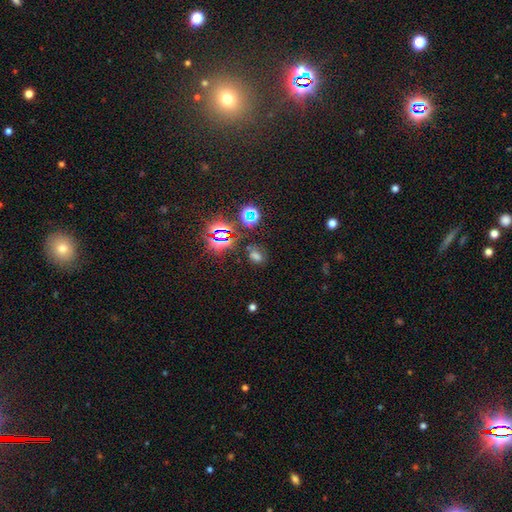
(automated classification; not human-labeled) This is possibly a smooth galaxy (51%). How rounded: likely in between (67%). Merging: likely none (69%).